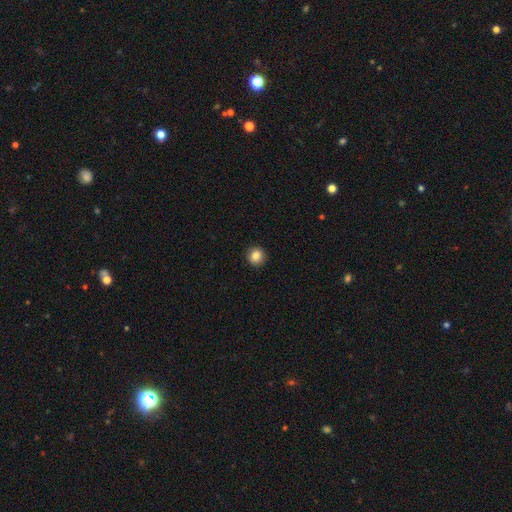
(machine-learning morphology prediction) type=smooth (85%); roundness=round (93%); merging=none (93%).